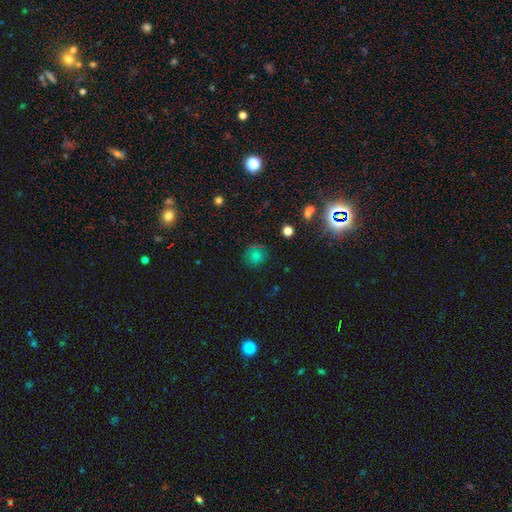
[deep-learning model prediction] Smooth or featured: smooth — 69% (star or artifact — 17%)
How rounded: round — 85% (in between — 14%)
Merging: none — 73% (minor disturbance — 18%)